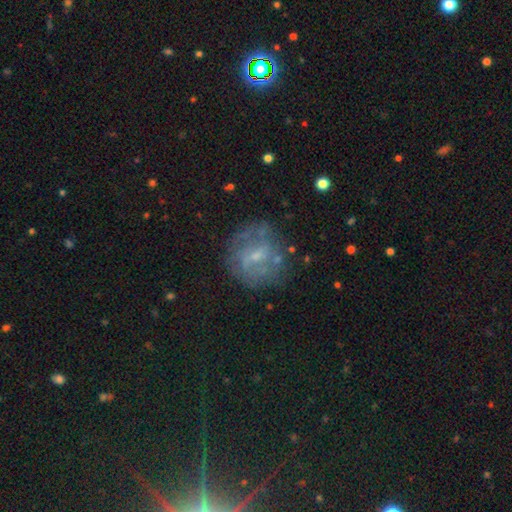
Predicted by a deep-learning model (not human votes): This is likely a featured or disk galaxy (63%). It is clearly not viewed edge-on (97%). Bar: possibly weak (52%). Spiral arm pattern: possibly yes (58%). Central bulge: possibly small (55%). Merging: likely none (68%).